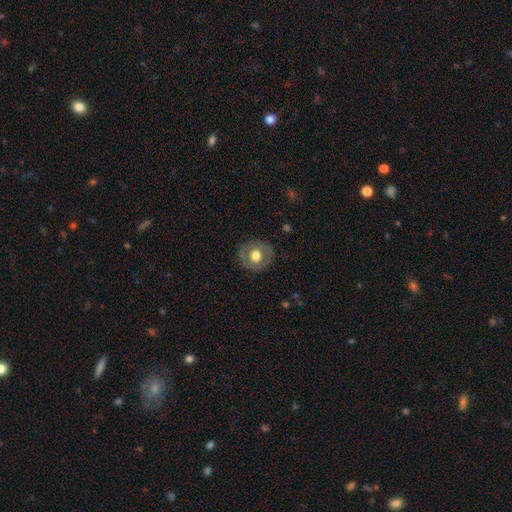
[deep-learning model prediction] Smooth or featured: smooth — 55% (featured or disk — 39%)
How rounded: round — 86% (in between — 13%)
Merging: none — 85% (minor disturbance — 10%)